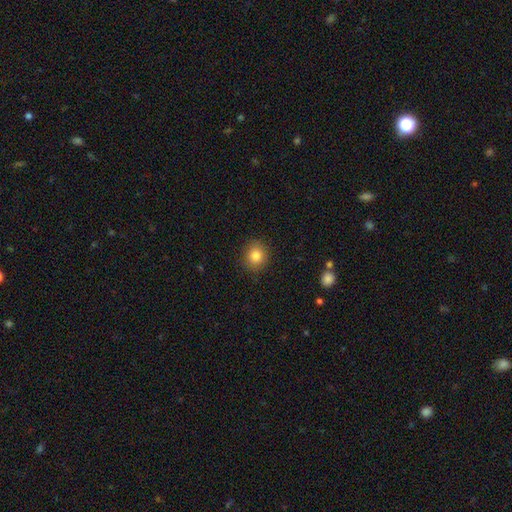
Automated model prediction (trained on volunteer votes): Smooth or featured? Predicted: smooth (p=0.83). How rounded? Predicted: round (p=0.82). Merging? Predicted: none (p=0.88).